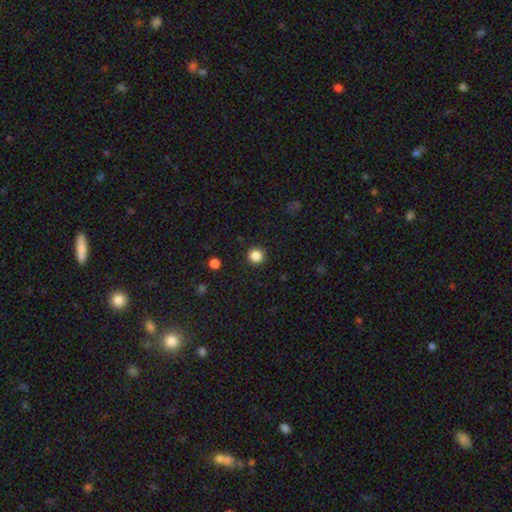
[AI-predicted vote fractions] Overall: smooth (86%). How rounded: round (95%). Merging: none (93%).